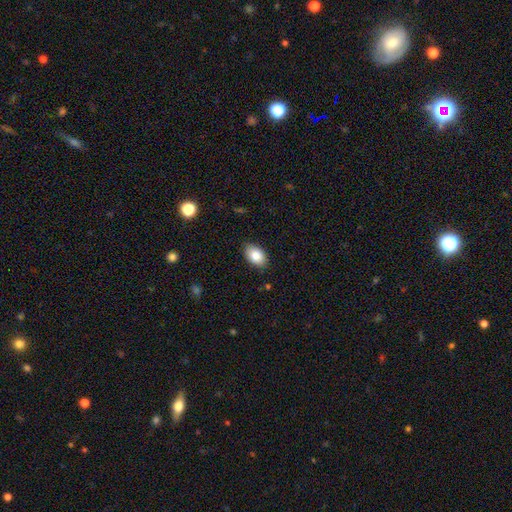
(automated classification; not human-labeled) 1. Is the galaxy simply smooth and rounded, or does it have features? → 85% smooth, 8% featured or disk, 7% star or artifact.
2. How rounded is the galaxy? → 90% in between, 9% round, 1% cigar-shaped.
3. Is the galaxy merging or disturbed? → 87% none, 10% minor disturbance, 2% major disturbance, 1% merger.